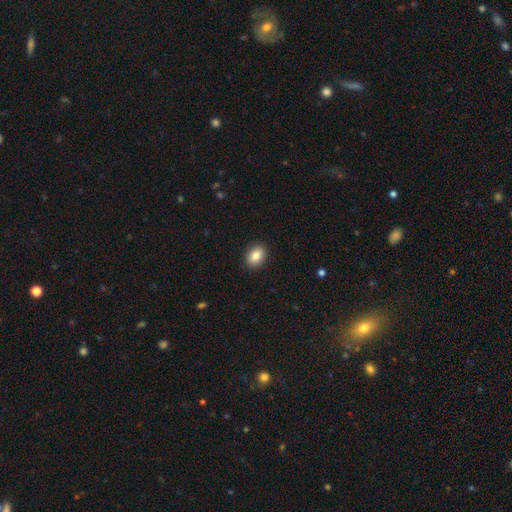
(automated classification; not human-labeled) Morphology: type=smooth (86%); roundness=in between (67%); merging=none (91%).